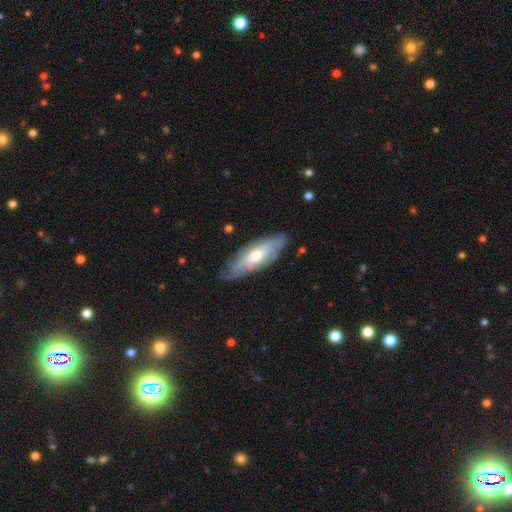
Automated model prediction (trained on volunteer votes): This appears to be a featured or disk galaxy (51%). Merging: none (79%).